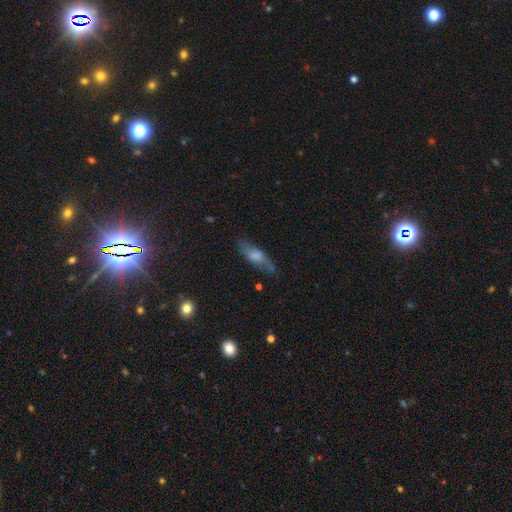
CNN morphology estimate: smooth_or_featured: smooth (p=0.61) [alt: featured or disk p=0.31]
how_rounded: in between (p=0.51) [alt: cigar-shaped p=0.46]
merging: none (p=0.72) [alt: minor disturbance p=0.20]